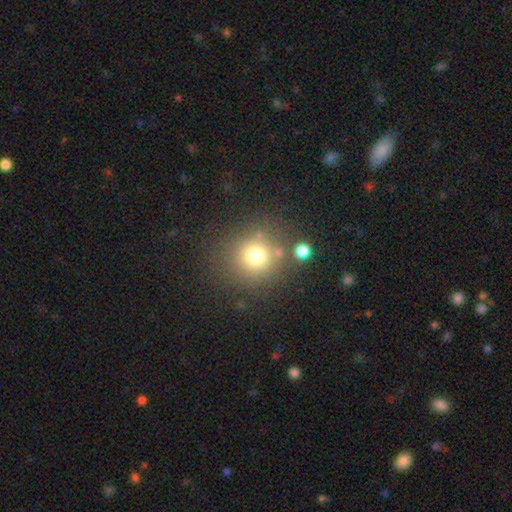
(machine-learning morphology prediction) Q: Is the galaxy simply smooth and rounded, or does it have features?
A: smooth — 73%.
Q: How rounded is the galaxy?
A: round — 91%.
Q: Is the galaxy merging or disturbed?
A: none — 75%.